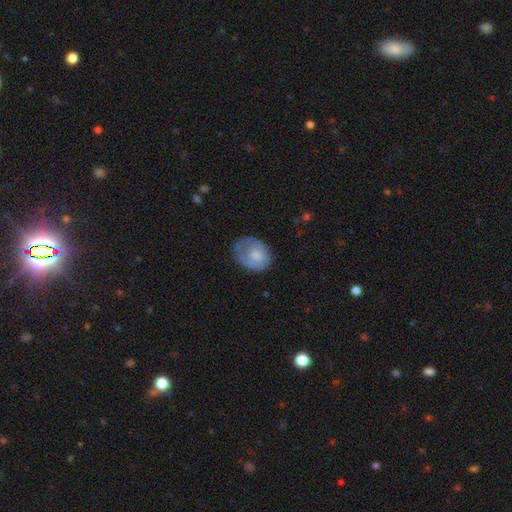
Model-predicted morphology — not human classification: The model was most divided on "how rounded": in between: 53%, round: 46%, cigar-shaped: 1%. Remaining: smooth or featured — smooth (62%); merging — none (46%).